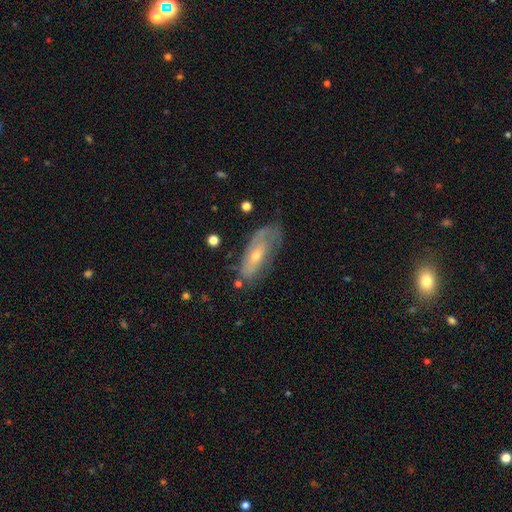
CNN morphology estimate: Smooth or featured: featured or disk — 58% (smooth — 34%)
Edge-on disk: no — 80% (yes — 20%)
Merging: none — 57% (minor disturbance — 26%)